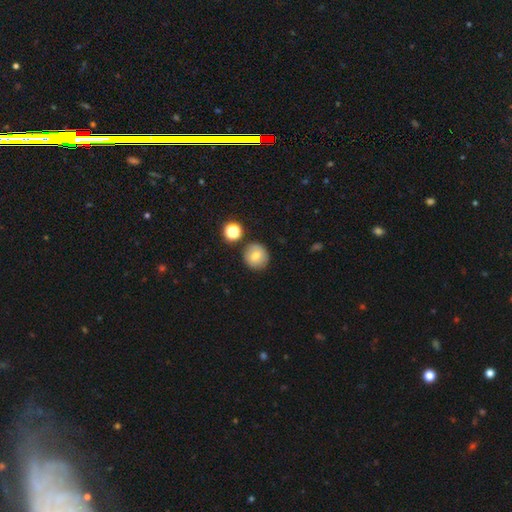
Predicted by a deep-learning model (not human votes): A smooth galaxy with no disk features (73%) that is round (93%). Merging: none (84%).